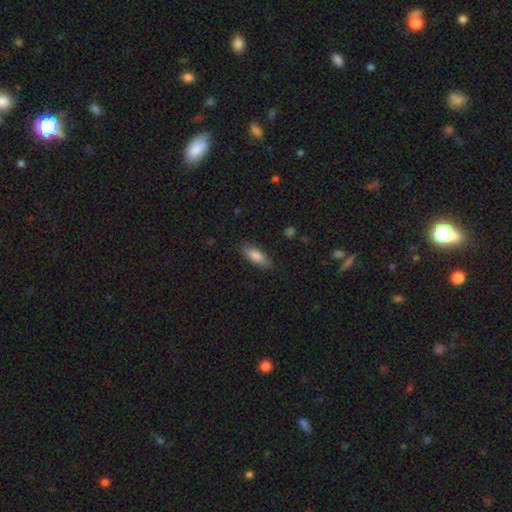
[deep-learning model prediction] Smooth or featured? smooth (84%)
How rounded? in between (71%)
Merging? none (85%)